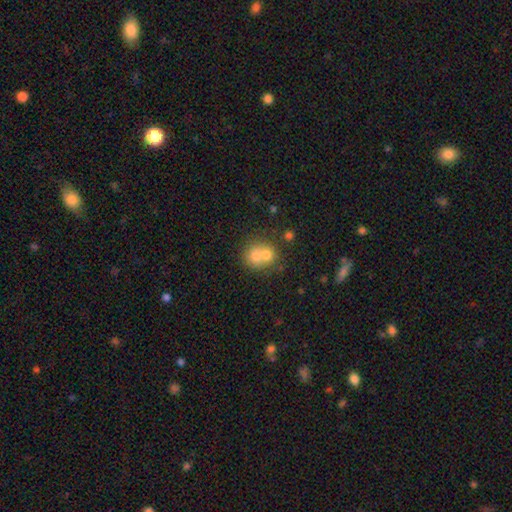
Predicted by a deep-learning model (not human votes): Morphology: type=smooth (69%); roundness=round (77%); merging=merger (63%).